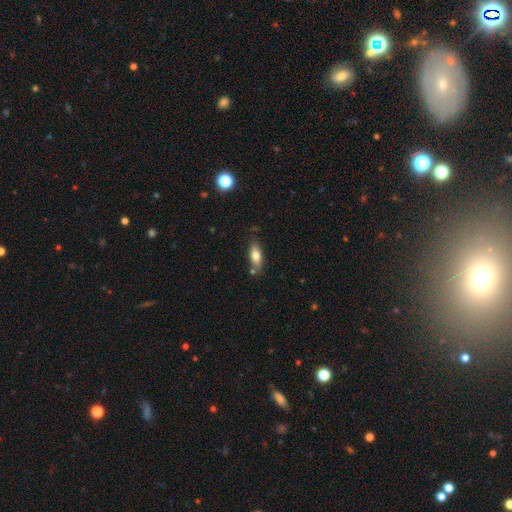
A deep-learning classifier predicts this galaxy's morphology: This appears to be a smooth galaxy with no disk features (76%) that is in between round and cigar-shaped (77%). Merging: none (73%).